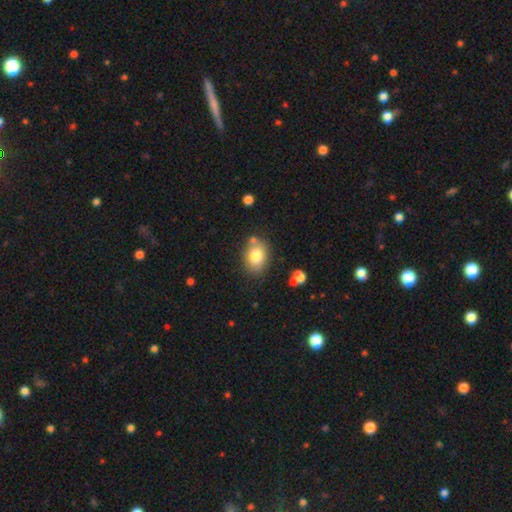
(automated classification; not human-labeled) This appears to be a smooth galaxy with no disk features (79%) that is in between round and cigar-shaped (65%). Merging: none (76%).